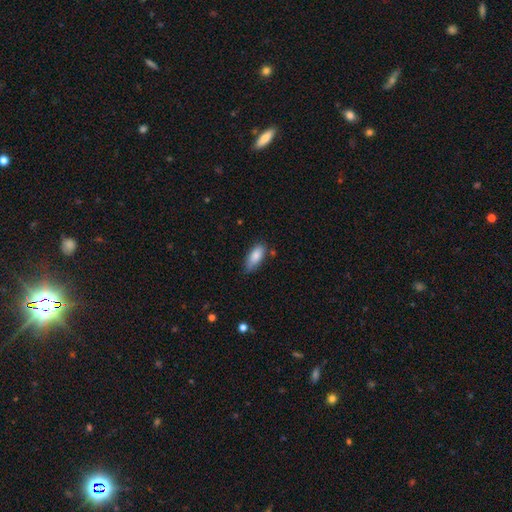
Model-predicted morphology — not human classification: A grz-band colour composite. It shows a smooth galaxy with no disk features (84%) that is in between round and cigar-shaped (84%). Merging: none (65%).